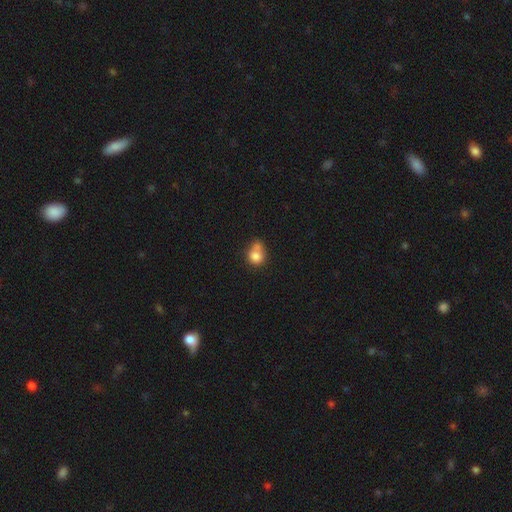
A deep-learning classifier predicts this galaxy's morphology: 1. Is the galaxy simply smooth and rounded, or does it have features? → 78% smooth, 12% featured or disk, 10% star or artifact.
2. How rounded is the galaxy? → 72% round, 27% in between, 1% cigar-shaped.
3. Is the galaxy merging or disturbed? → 47% merger, 34% none, 13% minor disturbance, 5% major disturbance.